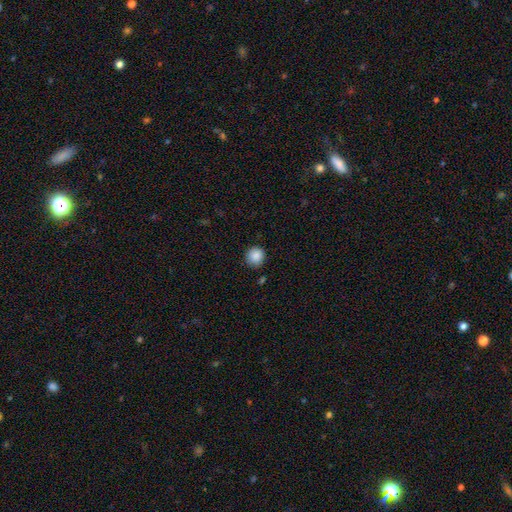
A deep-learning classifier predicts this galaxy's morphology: This is clearly a smooth galaxy (88%). How rounded: clearly round (94%). Merging: clearly none (87%).